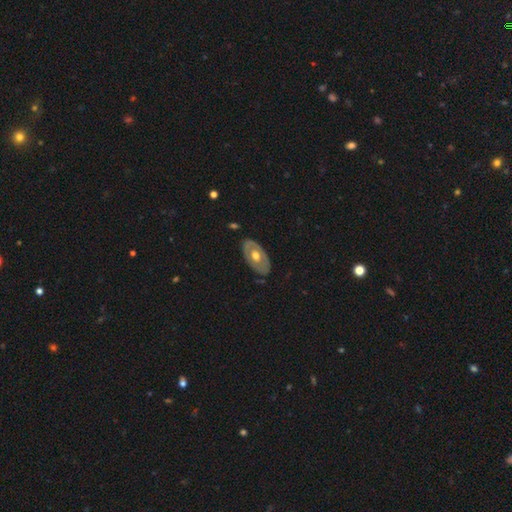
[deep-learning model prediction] Overall: featured or disk (57%; smooth 39%). Edge-on disk: no (87%). Merging: none (79%).